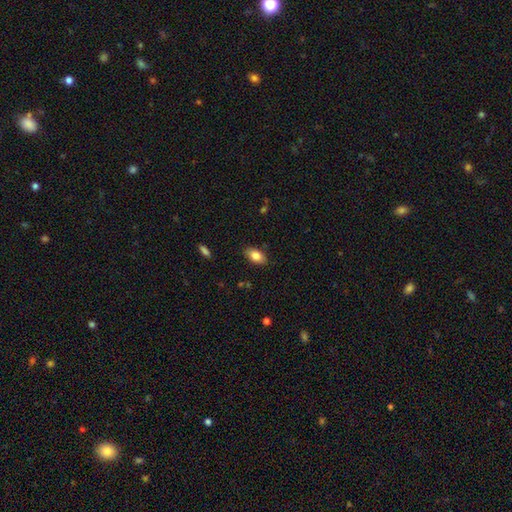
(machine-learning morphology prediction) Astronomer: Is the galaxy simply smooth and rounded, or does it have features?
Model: smooth — 82%.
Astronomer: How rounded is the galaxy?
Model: in between — 91%.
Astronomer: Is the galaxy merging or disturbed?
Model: none — 85%.